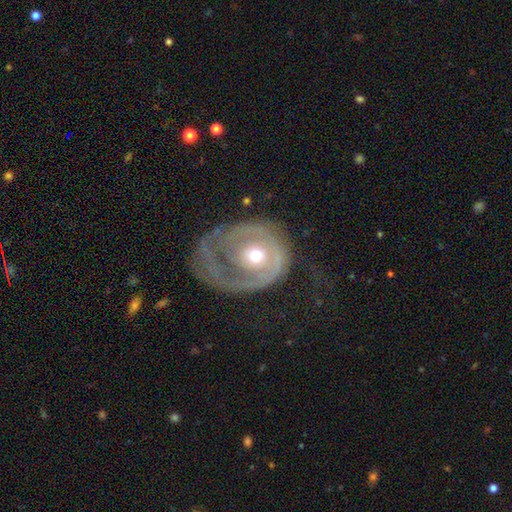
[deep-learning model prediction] smooth-or-featured: featured or disk: 74% | smooth: 20% | star or artifact: 6%
  disk-edge-on: no: 97% | yes: 3%
    bar: no: 79% | weak: 16% | strong: 5%
    has-spiral-arms: yes: 70% | no: 30%
      spiral-winding: tight: 54% | medium: 27% | loose: 19%
      spiral-arm-count: 1: 56% | can't tell: 19% | 2: 18% | 3: 3% | 4: 2% | more than 4: 2%
    bulge-size: moderate: 62% | small: 30% | large: 6% | dominant: 1% | none: 1%
  merging: major disturbance: 47% | none: 30% | minor disturbance: 20% | merger: 3%